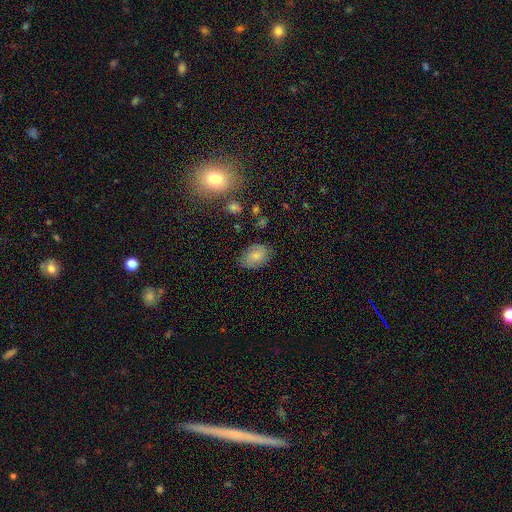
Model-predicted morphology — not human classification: Q: Smooth or featured?
A: smooth (74%); runner-up: featured or disk (17%)
Q: How rounded?
A: in between (82%); runner-up: round (17%)
Q: Merging?
A: none (76%); runner-up: minor disturbance (18%)